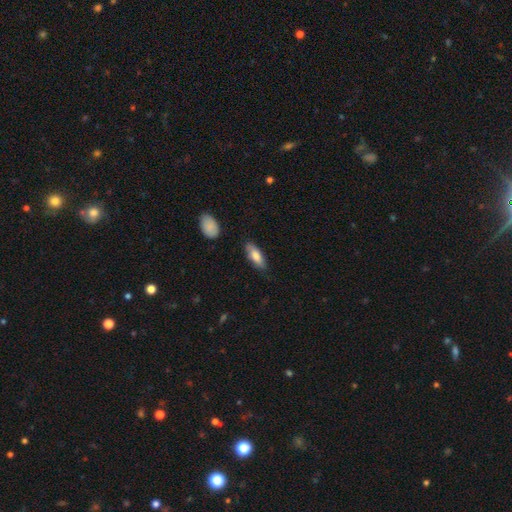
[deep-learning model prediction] Morphology: type=smooth (78%); roundness=in between (67%); merging=none (75%).